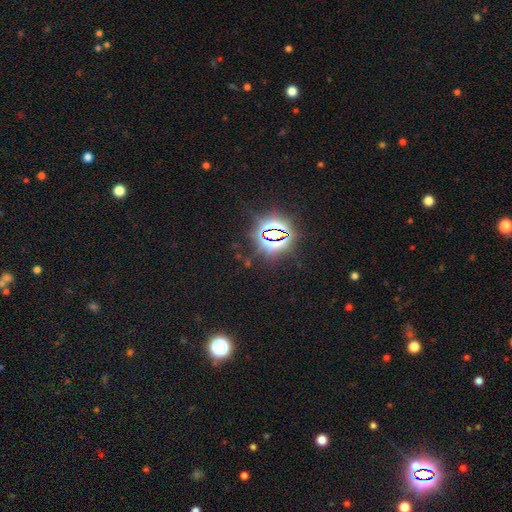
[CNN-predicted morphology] Smooth or featured: star or artifact — 84% (smooth — 10%)